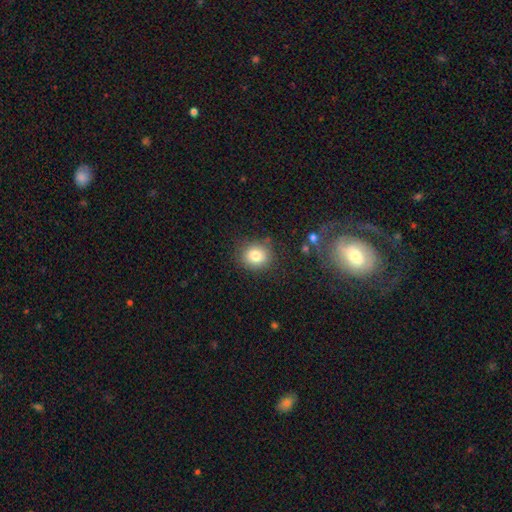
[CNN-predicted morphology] This appears to be a smooth galaxy with no disk features (82%) that is round (78%). Merging: none (82%).